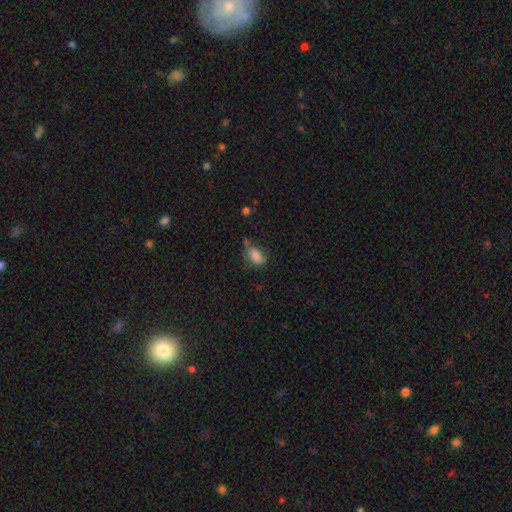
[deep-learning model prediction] Smooth or featured: smooth — 76% (featured or disk — 14%)
How rounded: in between — 86% (round — 11%)
Merging: none — 43% (minor disturbance — 33%)